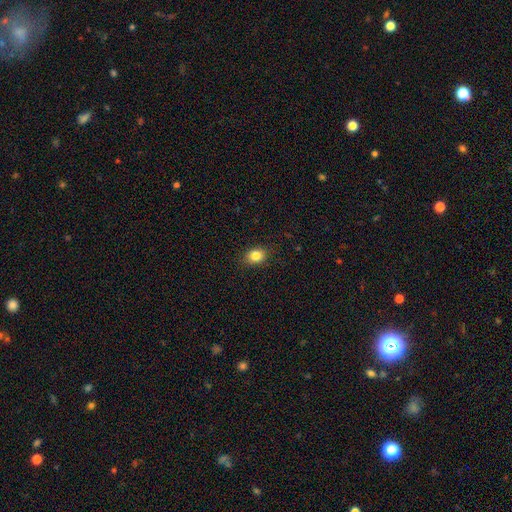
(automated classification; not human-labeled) Overall: smooth (84%). How rounded: in between (53%; round 46%). Merging: none (87%).